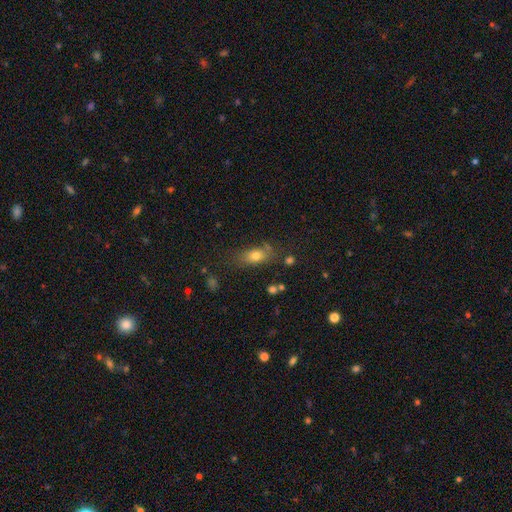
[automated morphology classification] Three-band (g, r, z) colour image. It shows a smooth galaxy with no disk features (75%) that is in between round and cigar-shaped (75%). Merging: none (66%).